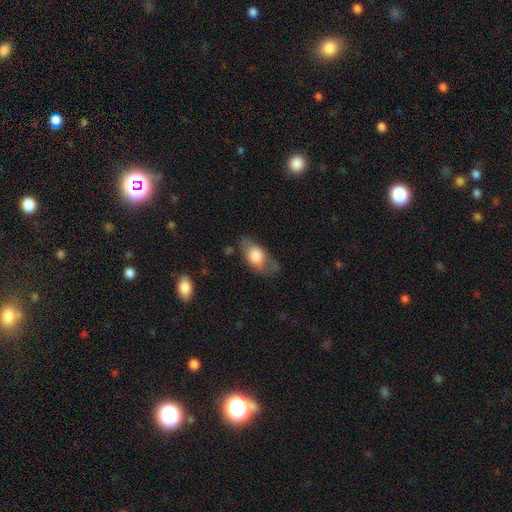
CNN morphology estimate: Overall: smooth (71%). How rounded: in between (87%). Merging: none (58%; minor disturbance 27%).